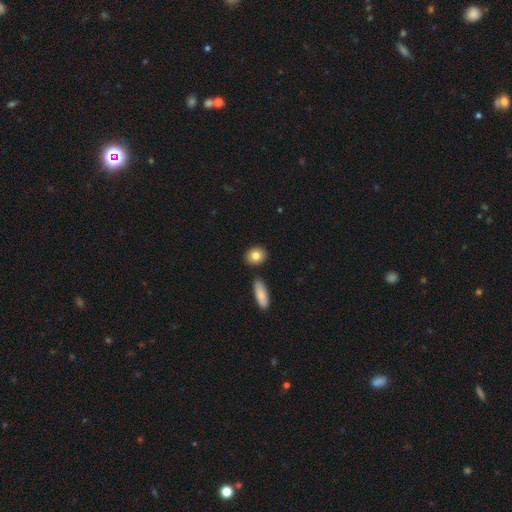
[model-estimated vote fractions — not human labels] smooth_or_featured: smooth (p=0.82) [alt: featured or disk p=0.10]
how_rounded: in between (p=0.50) [alt: round p=0.48]
merging: none (p=0.84) [alt: minor disturbance p=0.08]